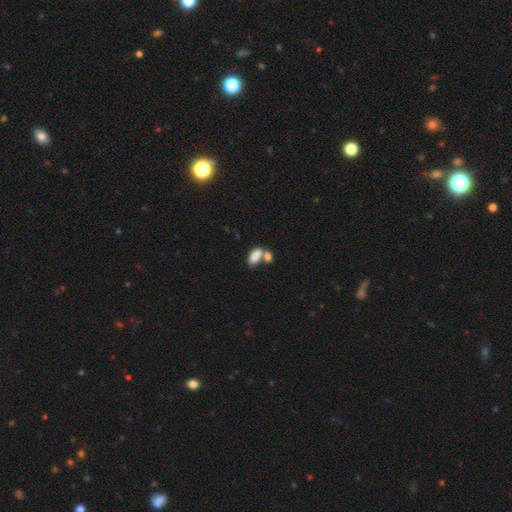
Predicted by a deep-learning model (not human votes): Smooth or featured? smooth (84%)
How rounded? in between (93%)
Merging? merger (55%)